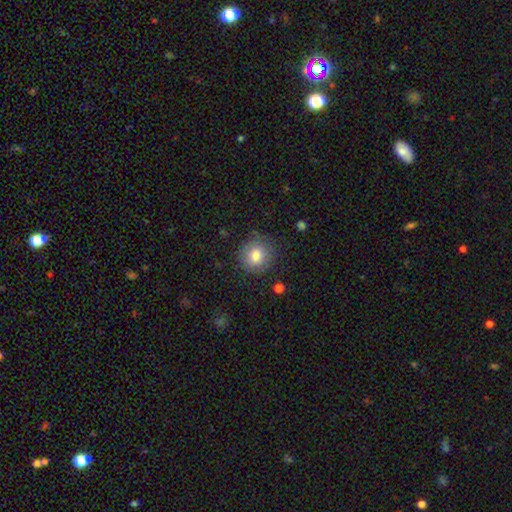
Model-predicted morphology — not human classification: smooth_or_featured: smooth (p=0.79) [alt: featured or disk p=0.11]
how_rounded: round (p=0.89) [alt: in between p=0.10]
merging: none (p=0.82) [alt: minor disturbance p=0.13]